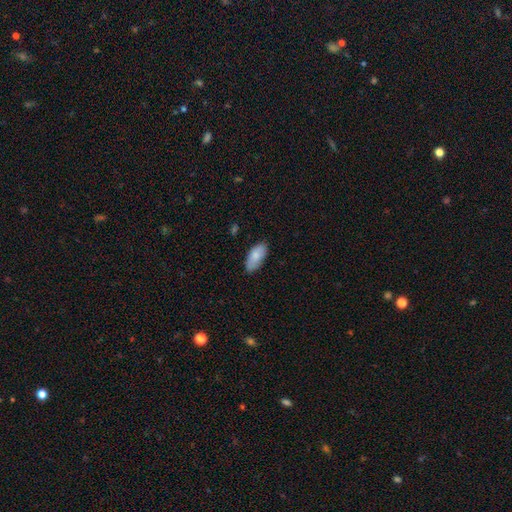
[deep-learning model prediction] A smooth galaxy with no disk features (84%) that is in between round and cigar-shaped (91%). Merging: none (80%).